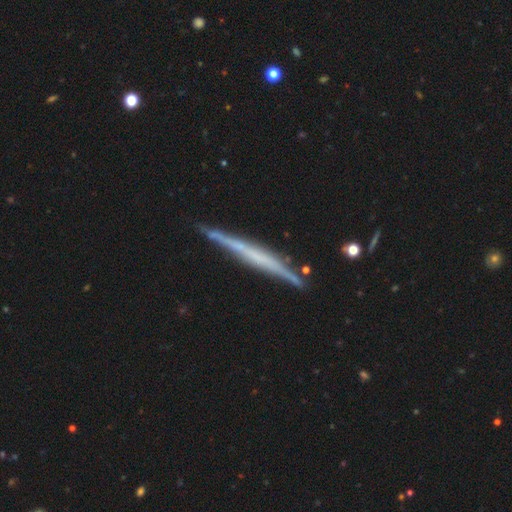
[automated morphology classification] A featured or disk galaxy (72%) viewed edge-on (98%) with no central bulge (70%).

Vote fractions:
- Smooth or featured? featured or disk: 72% / smooth: 23% / star or artifact: 6%
- Edge-on disk? yes: 98% / no: 2%
- Edge-on bulge? none: 70% / rounded: 16% / boxy: 14%
- Merging? none: 86% / minor disturbance: 10% / merger: 2% / major disturbance: 2%